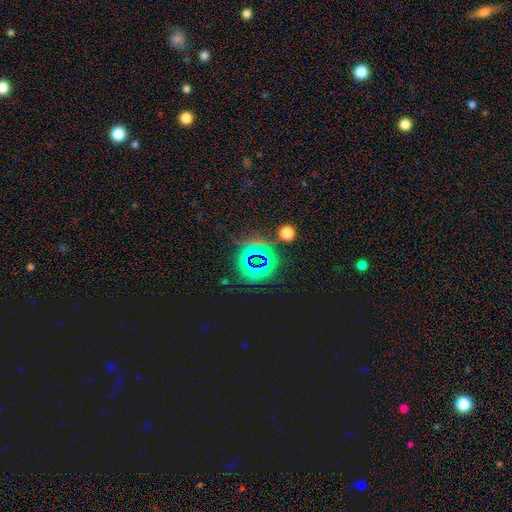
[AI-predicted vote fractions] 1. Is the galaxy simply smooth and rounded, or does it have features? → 71% star or artifact, 19% smooth, 10% featured or disk.